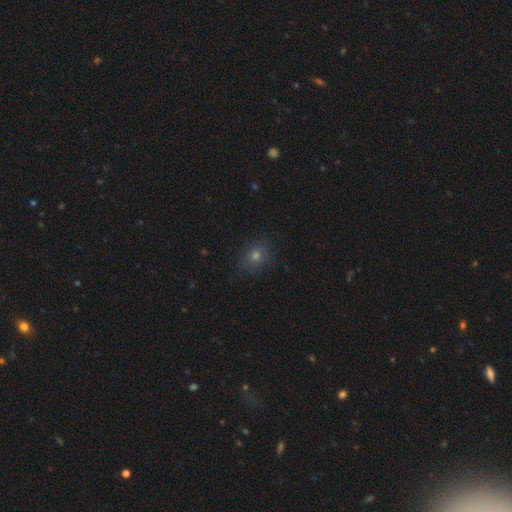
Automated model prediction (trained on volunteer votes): Smooth or featured: smooth — 68% (star or artifact — 23%)
How rounded: round — 68% (in between — 31%)
Merging: none — 86% (minor disturbance — 10%)